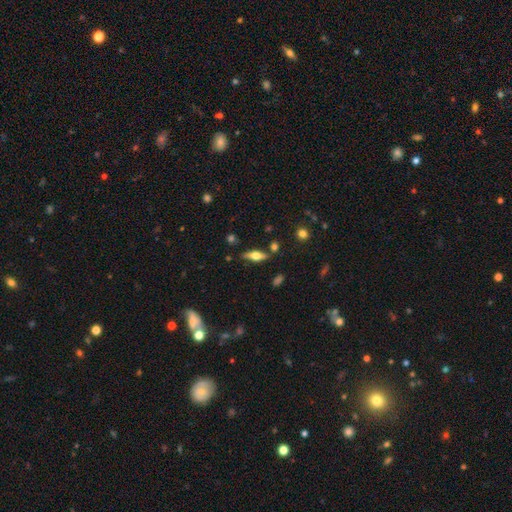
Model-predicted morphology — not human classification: Smooth or featured?
  - featured or disk: 50% *
  - smooth: 42%
  - star or artifact: 7%
Edge-on disk?
  - yes: 90% *
  - no: 10%
Merging?
  - none: 79% *
  - minor disturbance: 13%
  - merger: 5%
  - major disturbance: 3%